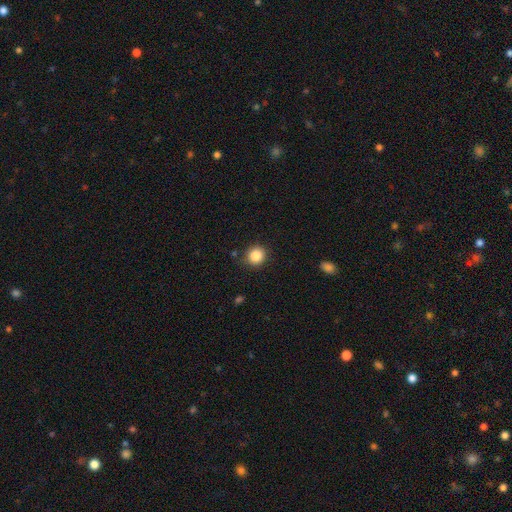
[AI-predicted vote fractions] smooth 85%, star or artifact 10%, featured or disk 5%. Down the decision tree: how rounded — round (89%); merging — none (87%).